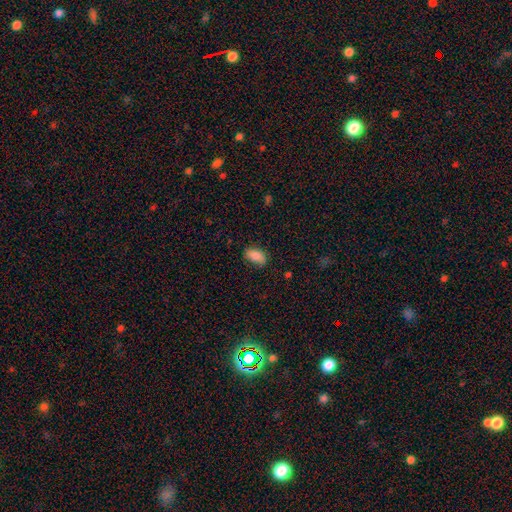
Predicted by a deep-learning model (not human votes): Smooth or featured? smooth (87%)
How rounded? in between (92%)
Merging? none (78%)